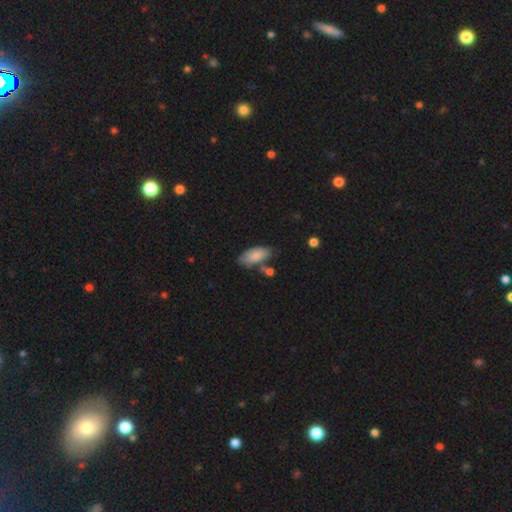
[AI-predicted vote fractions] A smooth galaxy with no disk features (83%) that is in between round and cigar-shaped (90%).

Vote fractions:
- Smooth or featured? smooth: 83% / featured or disk: 11% / star or artifact: 6%
- How rounded? in between: 90% / cigar-shaped: 8% / round: 2%
- Merging? none: 64% / minor disturbance: 21% / merger: 11% / major disturbance: 5%